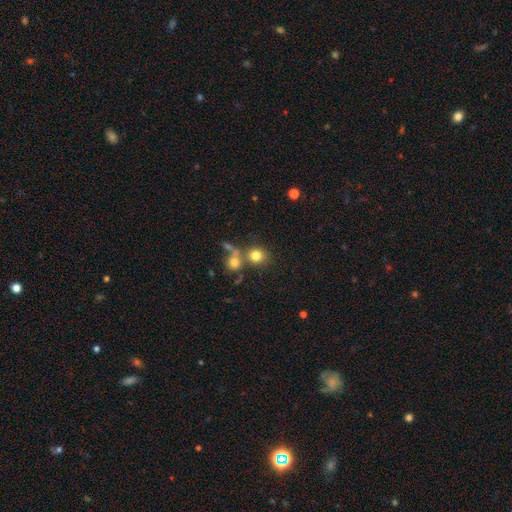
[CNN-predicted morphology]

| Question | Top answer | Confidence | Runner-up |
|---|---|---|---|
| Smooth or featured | smooth | 78% | star or artifact (13%) |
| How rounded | round | 81% | in between (18%) |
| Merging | none | 58% | merger (28%) |